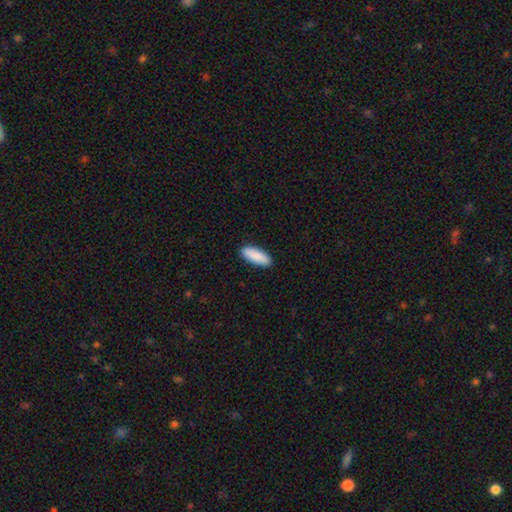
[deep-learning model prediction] A smooth galaxy with no disk features (91%) that is in between round and cigar-shaped (67%).

Vote fractions:
- Smooth or featured? smooth: 91% / star or artifact: 5% / featured or disk: 4%
- How rounded? in between: 67% / cigar-shaped: 31% / round: 2%
- Merging? none: 91% / minor disturbance: 7% / major disturbance: 1% / merger: 1%